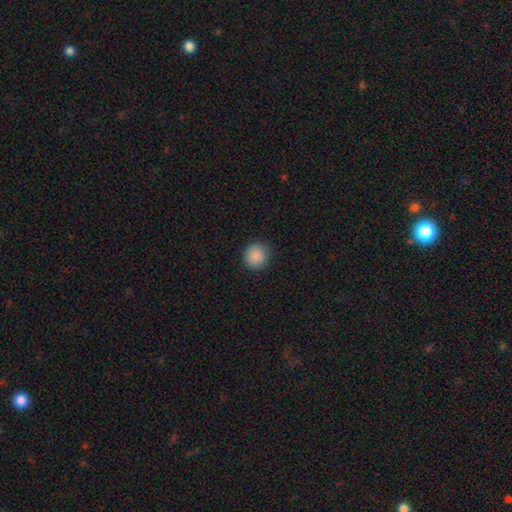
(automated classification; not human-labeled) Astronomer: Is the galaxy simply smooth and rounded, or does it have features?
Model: smooth — 88%.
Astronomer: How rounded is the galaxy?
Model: round — 92%.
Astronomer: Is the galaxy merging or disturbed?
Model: none — 90%.